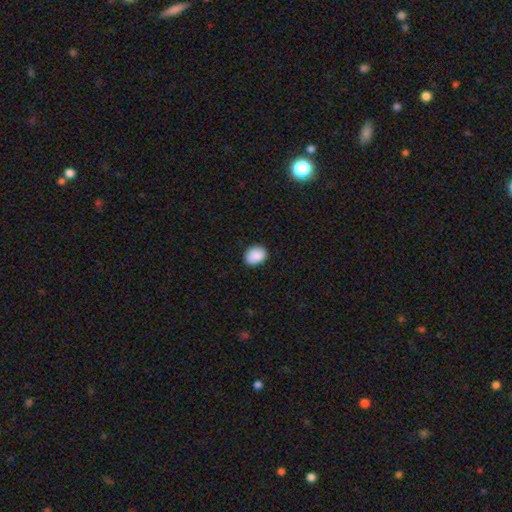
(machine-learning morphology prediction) Q: Smooth or featured?
A: smooth (90%); runner-up: star or artifact (7%)
Q: How rounded?
A: in between (66%); runner-up: round (33%)
Q: Merging?
A: none (86%); runner-up: minor disturbance (11%)